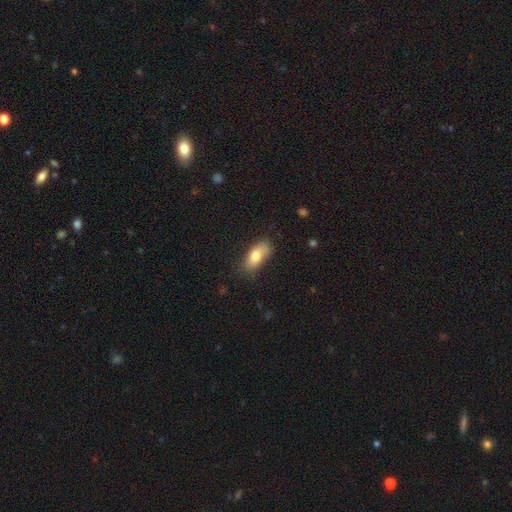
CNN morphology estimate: smooth-or-featured: smooth: 76% | featured or disk: 17% | star or artifact: 7%
  how-rounded: in between: 87% | cigar-shaped: 9% | round: 4%
  merging: none: 73% | minor disturbance: 21% | major disturbance: 5% | merger: 2%